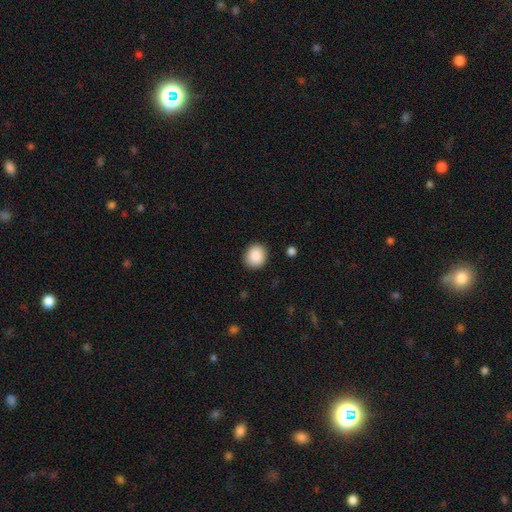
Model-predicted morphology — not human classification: Q: Smooth or featured?
A: smooth (89%); runner-up: star or artifact (8%)
Q: How rounded?
A: round (78%); runner-up: in between (21%)
Q: Merging?
A: none (89%); runner-up: minor disturbance (7%)